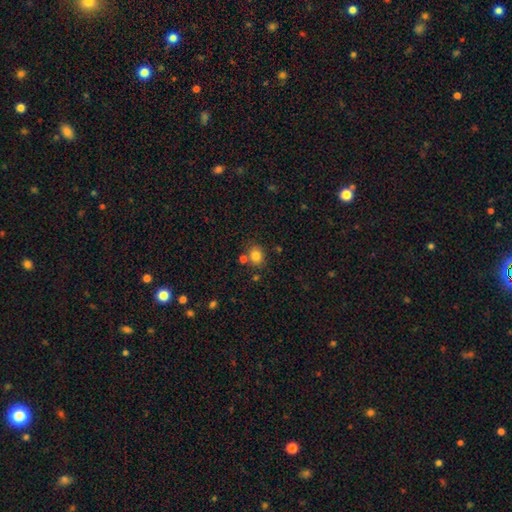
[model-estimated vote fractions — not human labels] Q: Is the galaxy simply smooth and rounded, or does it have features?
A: smooth — 82%.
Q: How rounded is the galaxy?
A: round — 68%.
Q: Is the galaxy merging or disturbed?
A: none — 72%.